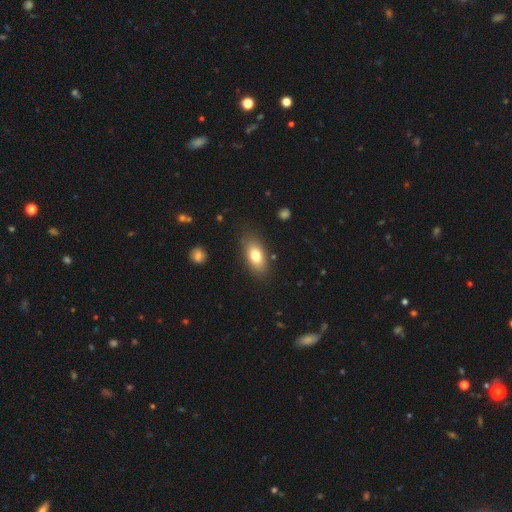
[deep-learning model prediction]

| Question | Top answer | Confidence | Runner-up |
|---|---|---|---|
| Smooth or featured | smooth | 76% | featured or disk (16%) |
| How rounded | in between | 86% | round (7%) |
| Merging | none | 82% | minor disturbance (12%) |